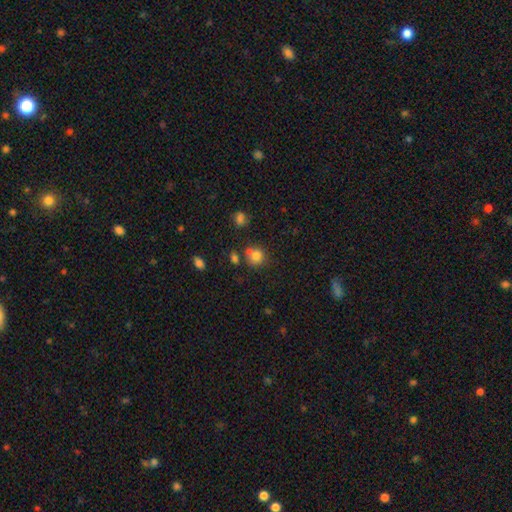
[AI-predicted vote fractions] Smooth or featured? Predicted: smooth (p=0.79). How rounded? Predicted: round (p=0.83). Merging? Predicted: none (p=0.62).